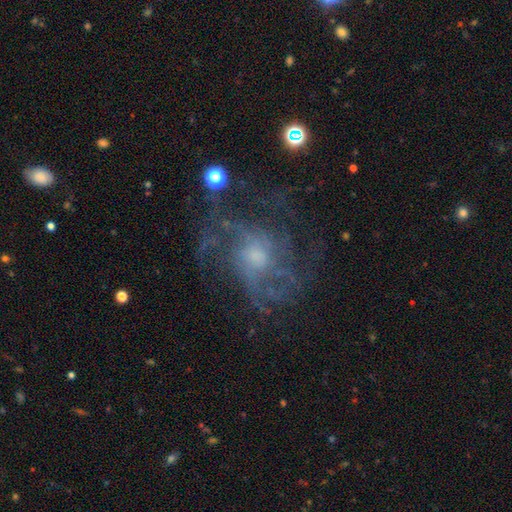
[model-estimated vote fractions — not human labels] A featured or disk galaxy (74%) with no bar (74%), medium (42%) spiral arms (77%) and a moderate central bulge (42%).

Vote fractions:
- Smooth or featured? featured or disk: 74% / smooth: 14% / star or artifact: 13%
- Edge-on disk? no: 97% / yes: 3%
- Bar? no: 74% / weak: 23% / strong: 3%
- Spiral arms? yes: 77% / no: 23%
- Spiral winding? medium: 42% / loose: 31% / tight: 27%
- Spiral arm count? can't tell: 42% / 4: 16% / 3: 16% / 2: 11% / more than 4: 8% / 1: 7%
- Bulge size? moderate: 42% / small: 39% / none: 10% / large: 7% / dominant: 1%
- Merging? none: 54% / major disturbance: 26% / minor disturbance: 17% / merger: 3%